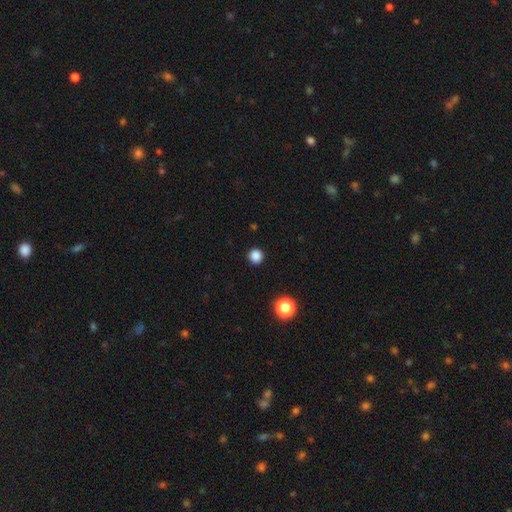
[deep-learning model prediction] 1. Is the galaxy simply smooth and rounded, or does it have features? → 85% smooth, 12% star or artifact, 3% featured or disk.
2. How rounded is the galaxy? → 94% round, 5% in between, 1% cigar-shaped.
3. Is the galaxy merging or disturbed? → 93% none, 5% minor disturbance, 2% major disturbance, 1% merger.